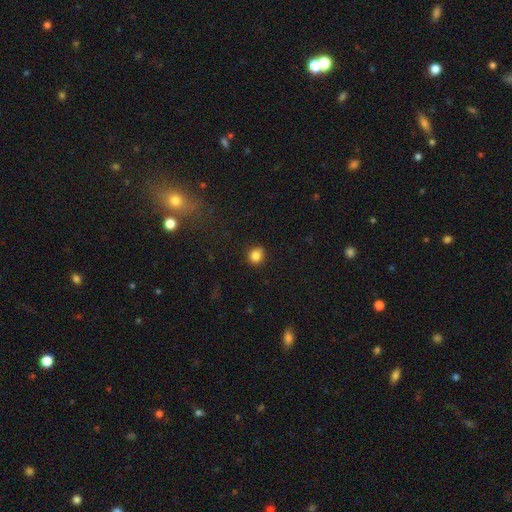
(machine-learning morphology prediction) This appears to be a smooth galaxy with no disk features (84%) that is round (83%). Merging: none (87%).